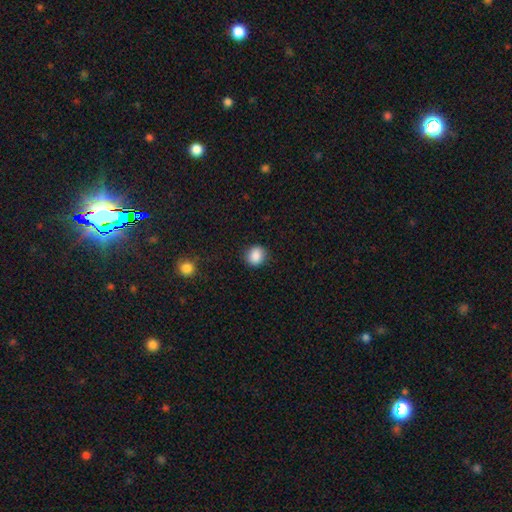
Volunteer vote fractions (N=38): This appears to be a smooth galaxy with no disk features (92%) that is round (80%). Merging: none (80%).